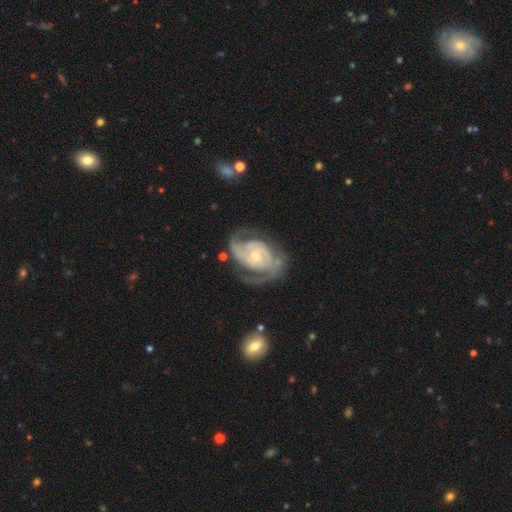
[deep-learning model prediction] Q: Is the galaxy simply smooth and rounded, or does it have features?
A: featured or disk — 91%.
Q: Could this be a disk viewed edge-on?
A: no — 98%.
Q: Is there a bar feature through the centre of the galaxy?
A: no — 58%.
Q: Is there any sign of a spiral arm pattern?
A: yes — 97%.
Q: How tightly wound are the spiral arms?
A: tight — 48%.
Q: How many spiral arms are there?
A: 2 — 73%.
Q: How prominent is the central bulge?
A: small — 61%.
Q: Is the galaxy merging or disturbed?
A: none — 65%.